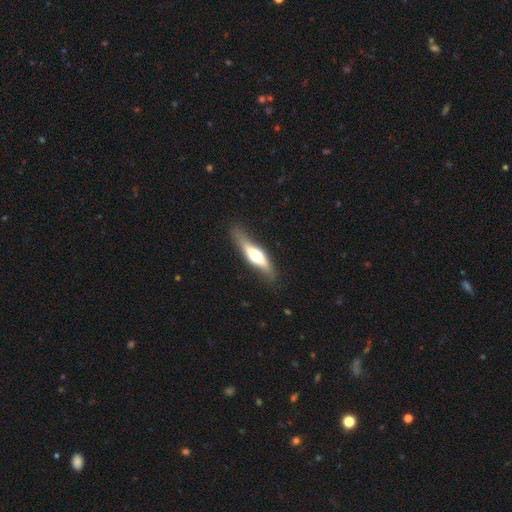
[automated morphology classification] Smooth or featured? featured or disk (60%)
Edge-on disk? yes (82%)
Merging? none (73%)